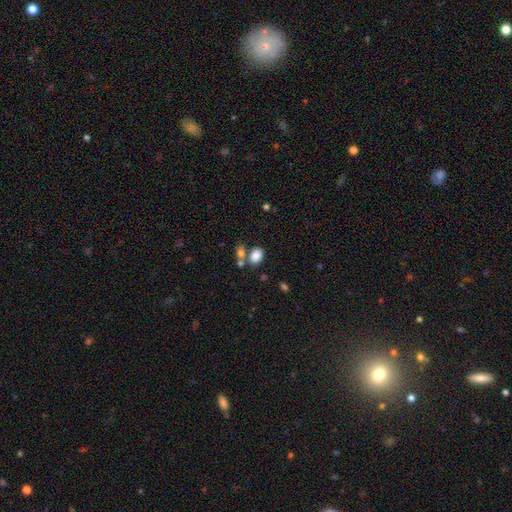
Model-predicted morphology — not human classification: smooth 85%, star or artifact 10%, featured or disk 6%. Down the decision tree: how rounded — in between (78%); merging — none (56%).